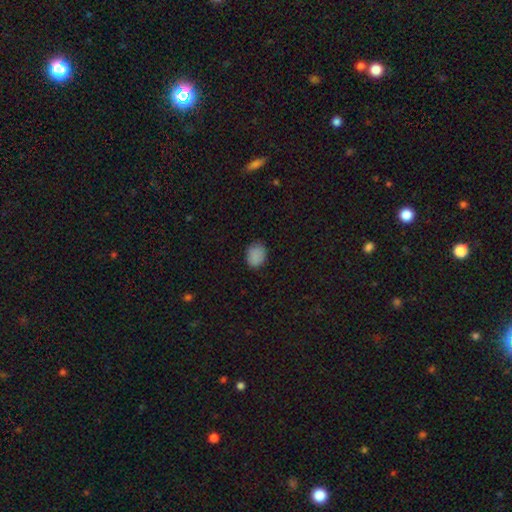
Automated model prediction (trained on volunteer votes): Smooth or featured? smooth (87%)
How rounded? in between (53%)
Merging? none (83%)